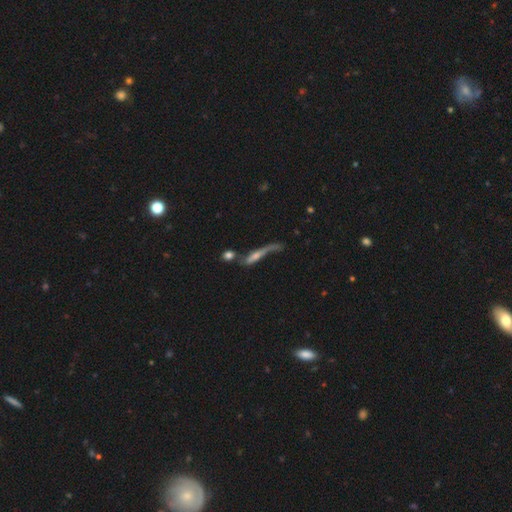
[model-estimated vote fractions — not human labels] Smooth or featured? Predicted: featured or disk (p=0.54). Edge-on disk? Predicted: yes (p=0.59). Merging? Predicted: none (p=0.31).